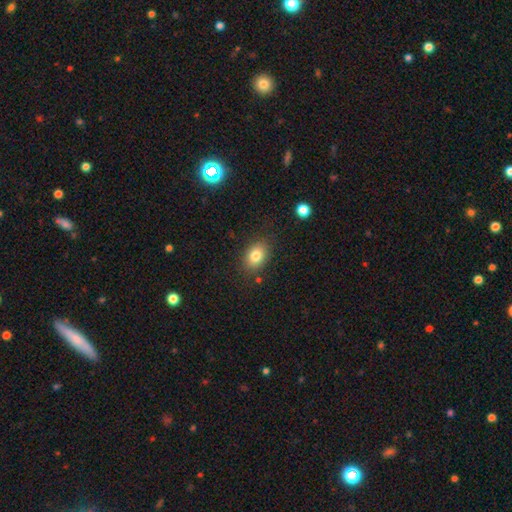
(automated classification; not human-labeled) Morphology: type=smooth (81%); roundness=in between (73%); merging=none (82%).